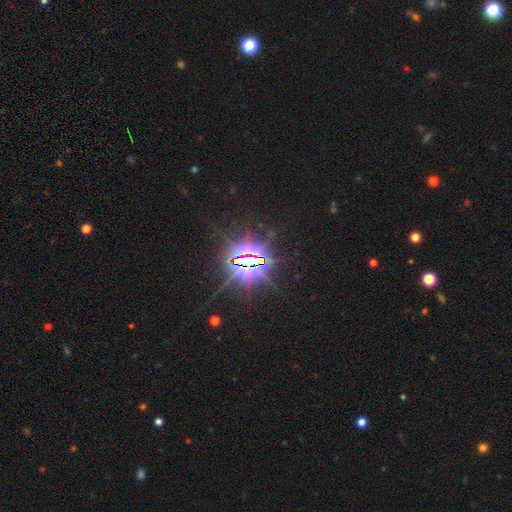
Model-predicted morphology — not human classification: Q: Smooth or featured?
A: star or artifact (85%); runner-up: featured or disk (9%)